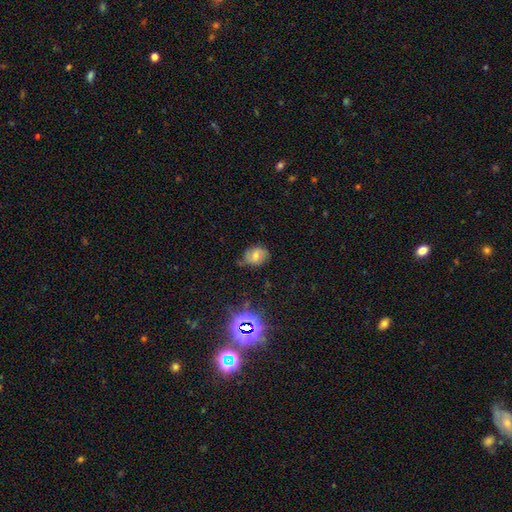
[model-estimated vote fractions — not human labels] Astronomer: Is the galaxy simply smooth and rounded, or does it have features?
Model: smooth — 48% (runner-up: featured or disk, 34%).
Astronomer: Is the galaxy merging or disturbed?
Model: none — 63%.